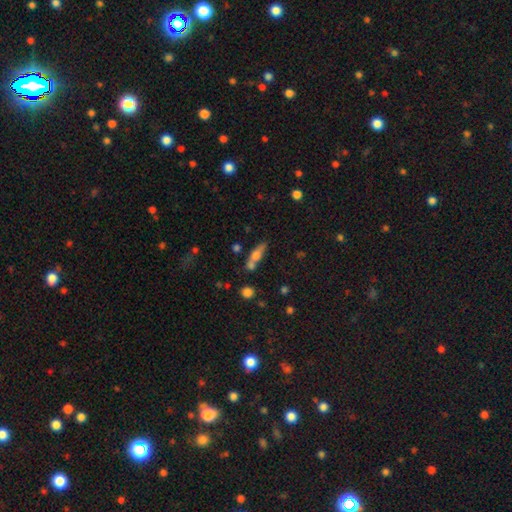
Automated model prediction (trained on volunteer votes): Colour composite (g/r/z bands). It shows a smooth galaxy with no disk features (59%) that is cigar-shaped (53%). Merging: none (52%).